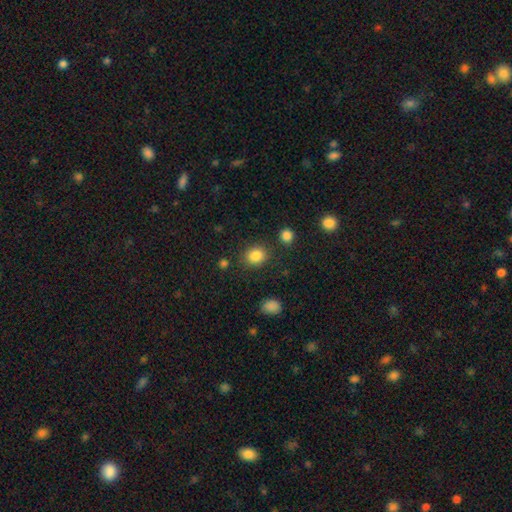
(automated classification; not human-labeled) smooth-or-featured: smooth: 85% | star or artifact: 10% | featured or disk: 5%
  how-rounded: round: 64% | in between: 35% | cigar-shaped: 1%
  merging: none: 82% | minor disturbance: 10% | merger: 4% | major disturbance: 4%